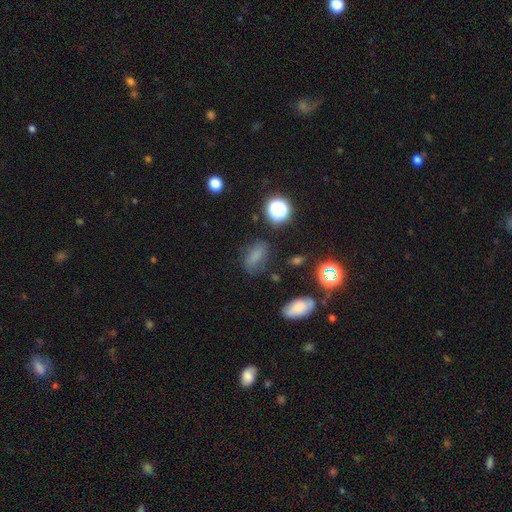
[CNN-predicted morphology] Overall: smooth (68%). How rounded: in between (82%). Merging: none (66%).